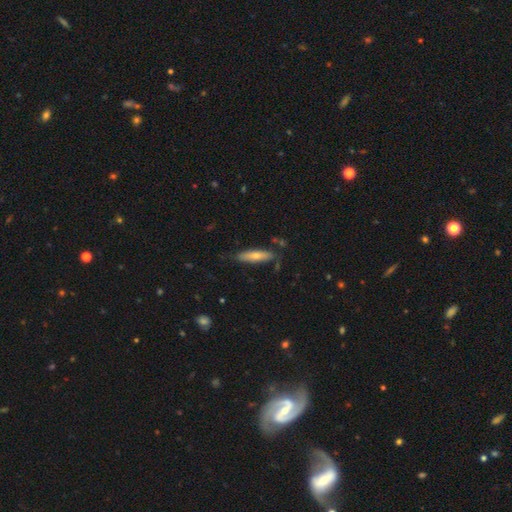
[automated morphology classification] This appears to be a smooth galaxy with no disk features (66%) that is cigar-shaped (74%). Merging: none (77%).